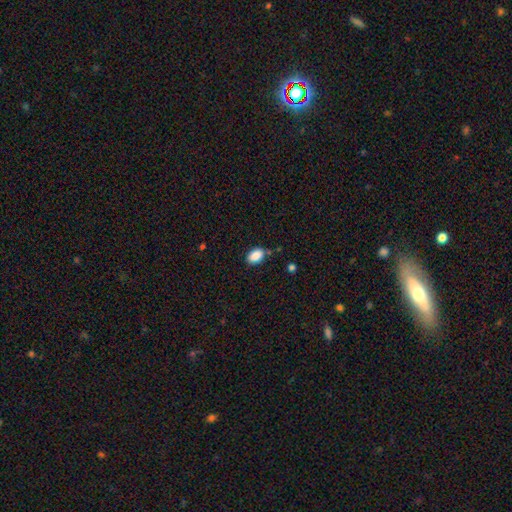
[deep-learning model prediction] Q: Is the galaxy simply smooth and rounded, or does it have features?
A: smooth — 88%.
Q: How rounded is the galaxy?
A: in between — 87%.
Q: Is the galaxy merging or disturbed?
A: none — 79%.